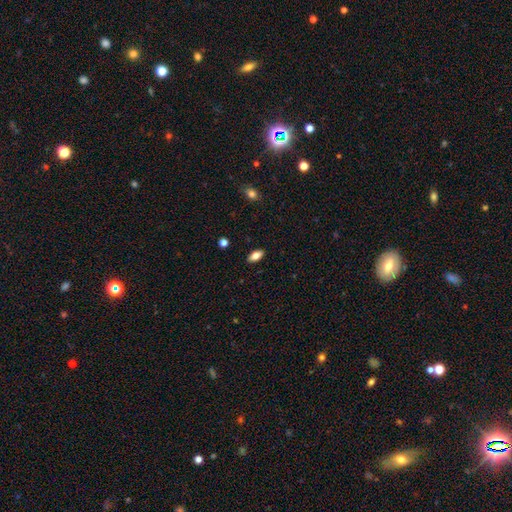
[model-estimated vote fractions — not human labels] This appears to be a smooth galaxy with no disk features (79%) that is in between round and cigar-shaped (88%). Merging: none (89%).